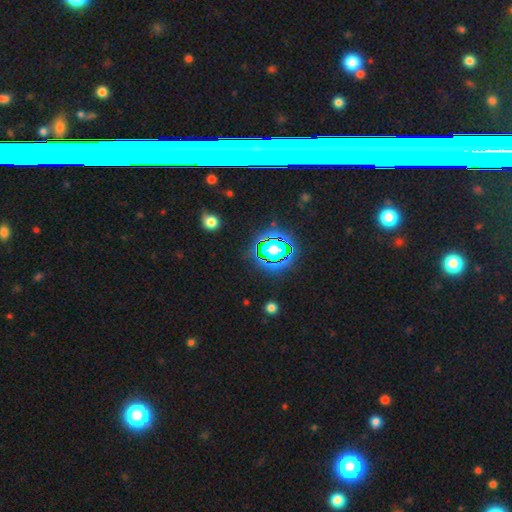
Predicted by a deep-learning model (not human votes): This appears to be a star or artifact, not a galaxy (71%).